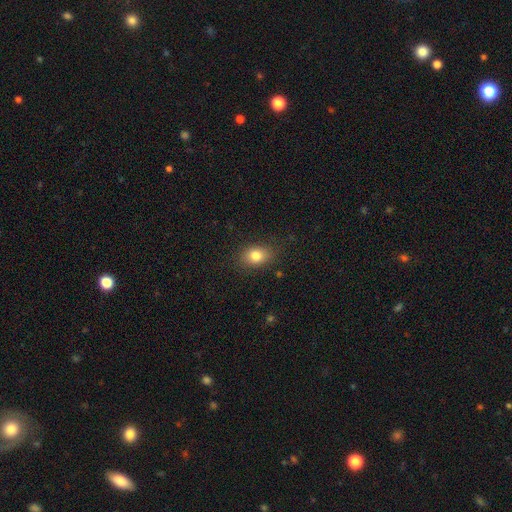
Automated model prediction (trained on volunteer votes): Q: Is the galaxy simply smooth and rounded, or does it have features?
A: smooth — 80%.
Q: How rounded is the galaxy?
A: in between — 64%.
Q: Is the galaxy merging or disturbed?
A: none — 84%.